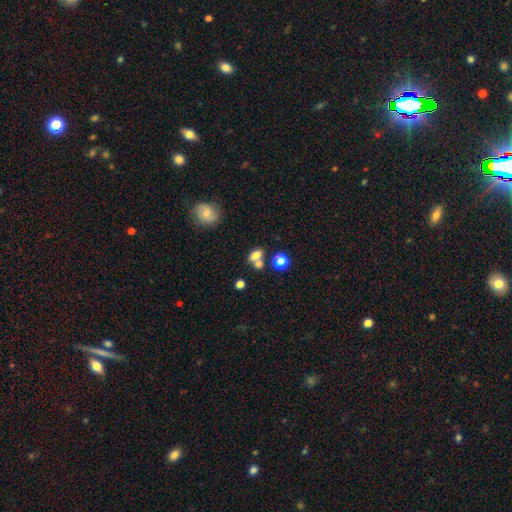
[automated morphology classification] Smooth or featured? Predicted: smooth (p=0.74). How rounded? Predicted: in between (p=0.71). Merging? Predicted: none (p=0.43).